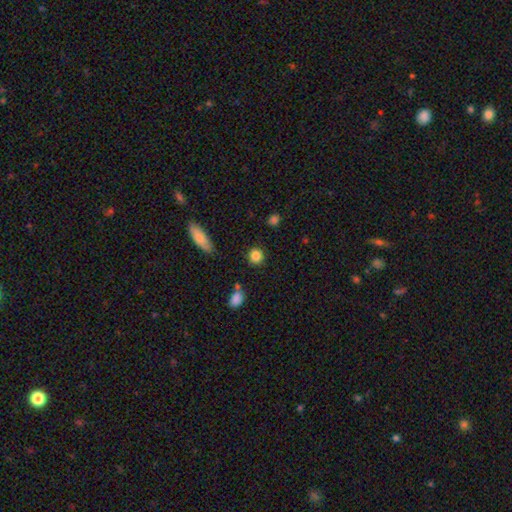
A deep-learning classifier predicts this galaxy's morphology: The model was most divided on "how rounded": round: 85%, in between: 13%, cigar-shaped: 2%. More confident: merging — none (86%); smooth or featured — smooth (86%).